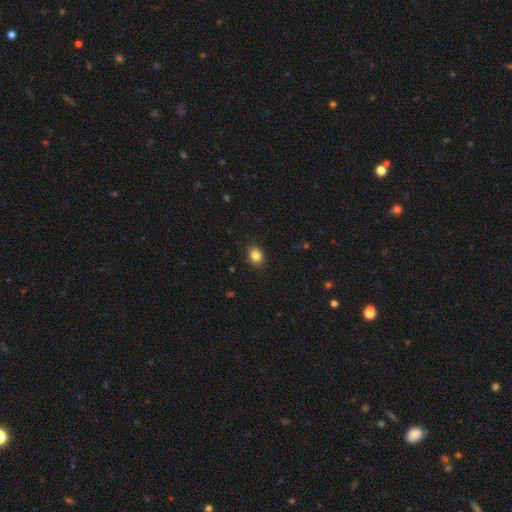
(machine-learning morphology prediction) Q: Smooth or featured?
A: smooth (84%); runner-up: star or artifact (11%)
Q: How rounded?
A: in between (50%); runner-up: round (49%)
Q: Merging?
A: none (89%); runner-up: minor disturbance (8%)